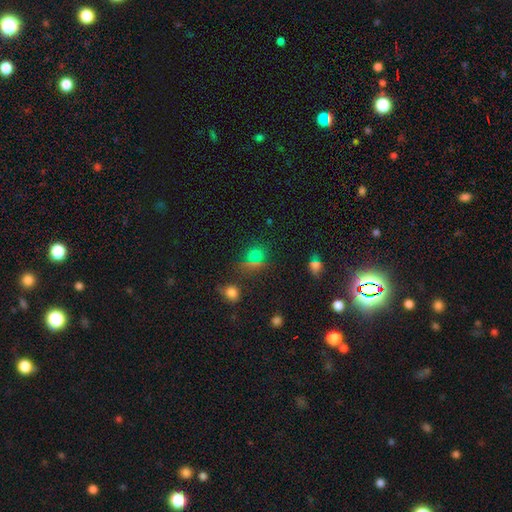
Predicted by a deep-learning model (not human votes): The model was most divided on "smooth or featured": smooth: 59%, star or artifact: 34%, featured or disk: 7%. More confident: how rounded — round (80%); merging — none (76%).